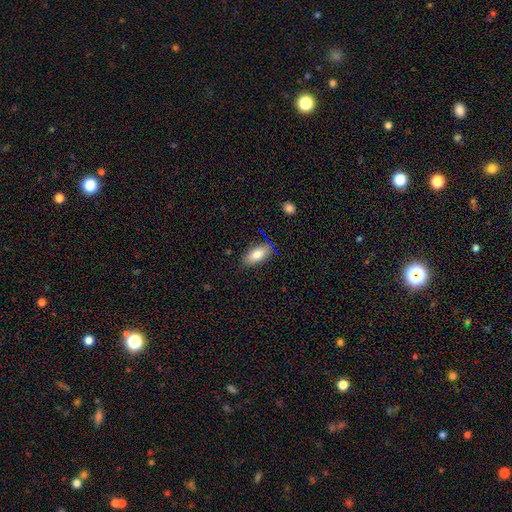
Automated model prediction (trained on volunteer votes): smooth-or-featured: smooth: 82% | featured or disk: 11% | star or artifact: 8%
  how-rounded: in between: 88% | cigar-shaped: 9% | round: 3%
  merging: none: 80% | minor disturbance: 15% | major disturbance: 3% | merger: 2%